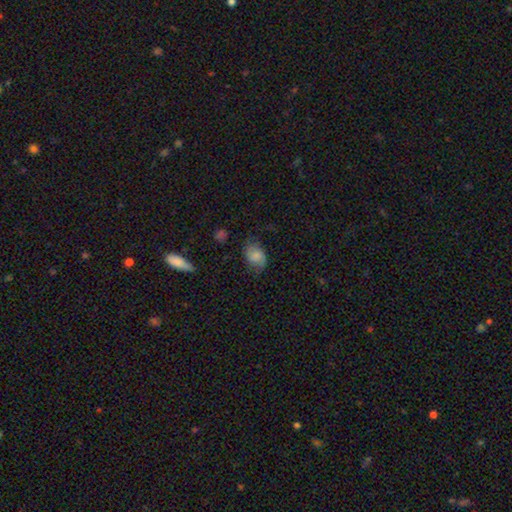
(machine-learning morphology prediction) Q: Smooth or featured?
A: smooth (70%); runner-up: featured or disk (21%)
Q: How rounded?
A: in between (79%); runner-up: round (20%)
Q: Merging?
A: none (58%); runner-up: minor disturbance (29%)